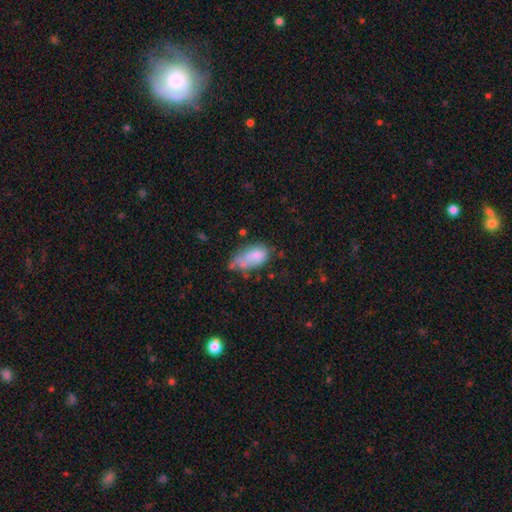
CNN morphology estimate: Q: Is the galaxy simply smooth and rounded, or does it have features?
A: smooth — 69%.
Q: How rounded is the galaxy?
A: in between — 91%.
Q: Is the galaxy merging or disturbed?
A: minor disturbance — 33%.